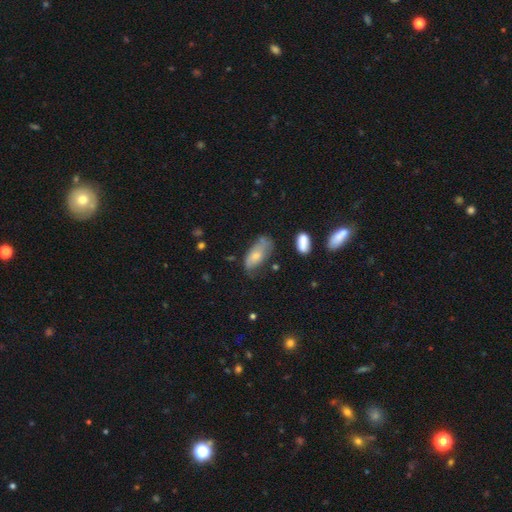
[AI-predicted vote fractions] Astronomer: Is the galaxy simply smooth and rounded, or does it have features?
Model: smooth — 63%.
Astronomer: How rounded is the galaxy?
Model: in between — 89%.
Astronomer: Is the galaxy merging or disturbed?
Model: none — 39% (runner-up: minor disturbance, 35%).